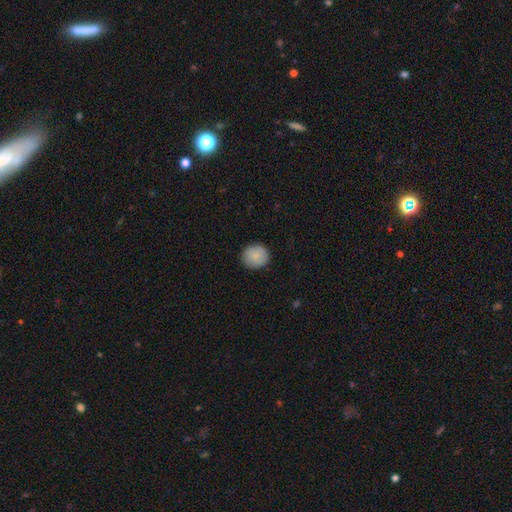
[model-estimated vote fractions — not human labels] Smooth or featured? smooth (86%)
How rounded? round (88%)
Merging? none (89%)